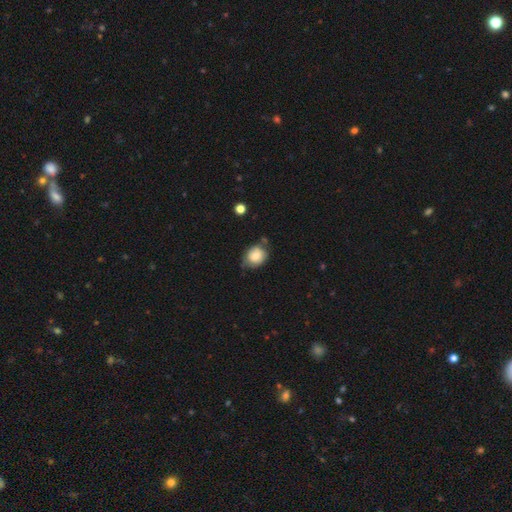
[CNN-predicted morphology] type=smooth (76%); roundness=round (58%); merging=none (58%).